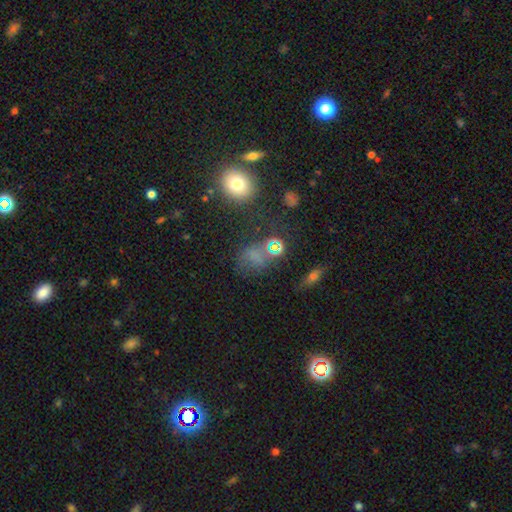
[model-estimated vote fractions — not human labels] Morphology: type=smooth (55%); roundness=in between (62%); merging=none (48%).